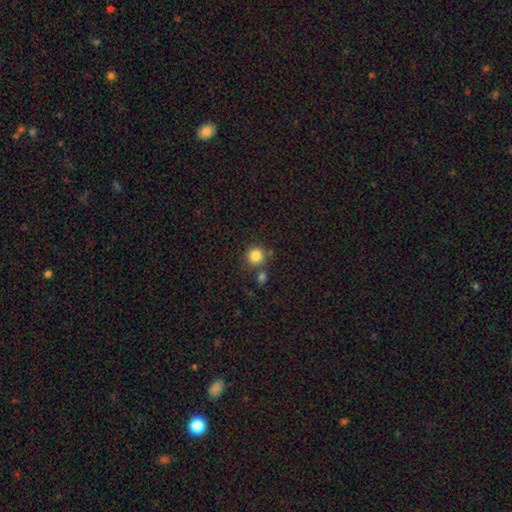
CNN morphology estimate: type=smooth (84%); roundness=round (92%); merging=none (73%).